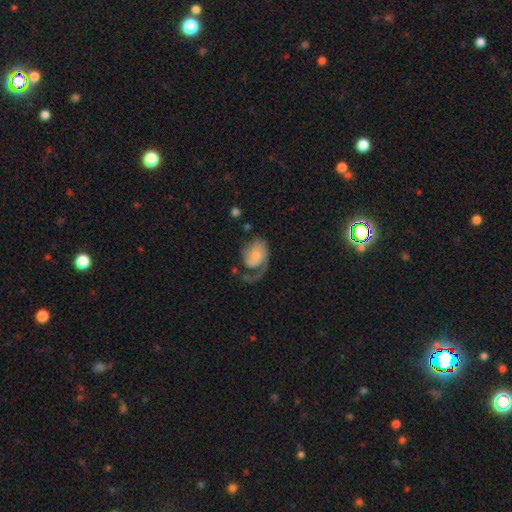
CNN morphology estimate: Smooth or featured? featured or disk (71%)
Edge-on disk? no (98%)
Bar? no (69%)
Spiral arms? yes (91%)
Spiral winding? loose (38%)
Spiral arm count? 1 (70%)
Bulge size? small (52%)
Merging? major disturbance (45%)